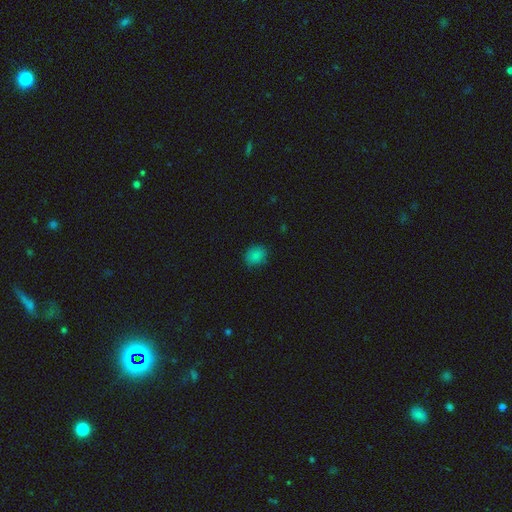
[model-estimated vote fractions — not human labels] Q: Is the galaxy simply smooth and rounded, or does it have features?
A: smooth — 84%.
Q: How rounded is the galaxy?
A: round — 59%.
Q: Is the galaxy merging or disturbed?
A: none — 83%.